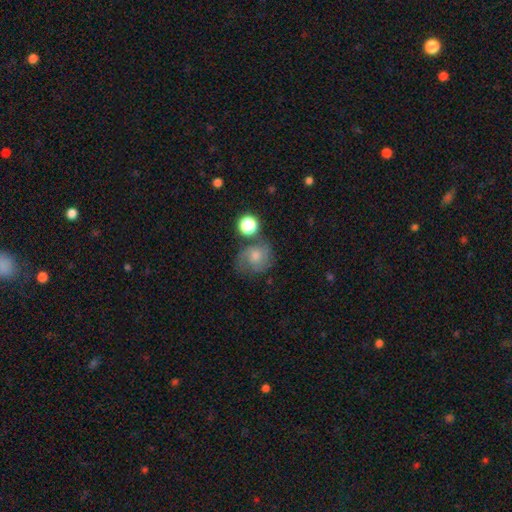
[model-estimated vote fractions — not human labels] The model was most divided on "smooth or featured": smooth: 52%, featured or disk: 37%, star or artifact: 11%. Remaining: how rounded — round (72%); merging — none (49%).